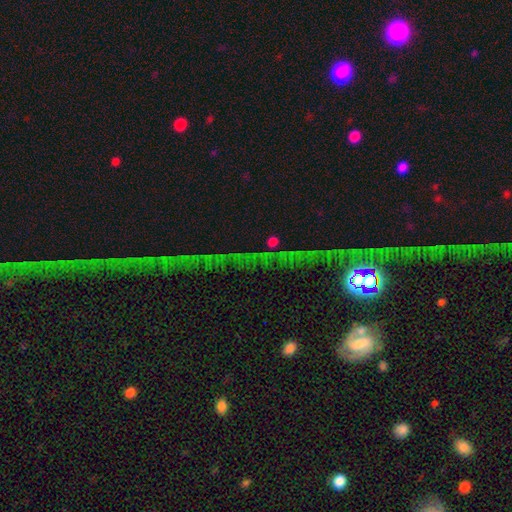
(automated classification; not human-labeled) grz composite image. It shows a star or artifact, not a galaxy (70%).